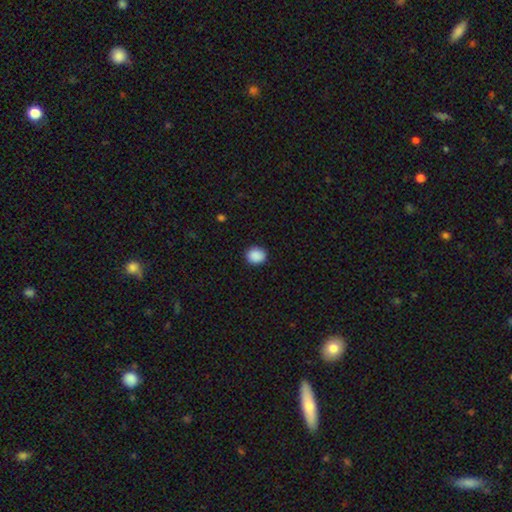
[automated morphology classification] Smooth or featured?
  - smooth: 89% *
  - star or artifact: 8%
  - featured or disk: 2%
How rounded?
  - round: 73% *
  - in between: 26%
  - cigar-shaped: 1%
Merging?
  - none: 90% *
  - minor disturbance: 7%
  - major disturbance: 2%
  - merger: 1%